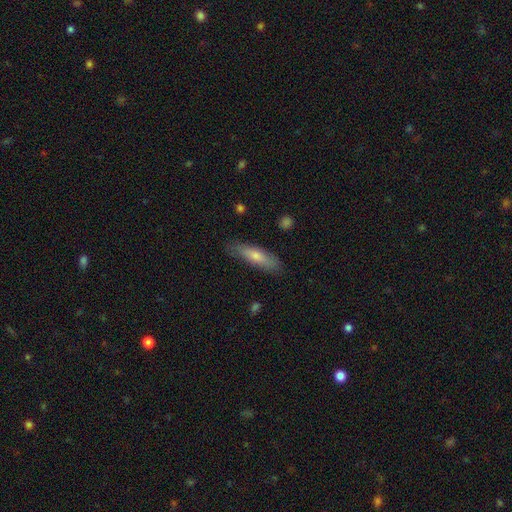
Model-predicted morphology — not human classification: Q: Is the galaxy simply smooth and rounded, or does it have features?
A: smooth — 67%.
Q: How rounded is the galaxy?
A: cigar-shaped — 70%.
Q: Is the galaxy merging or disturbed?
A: none — 84%.